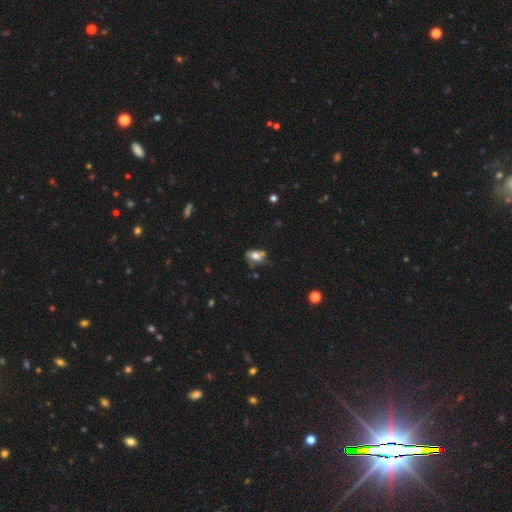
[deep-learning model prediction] smooth 60%, featured or disk 28%, star or artifact 12%. Down the decision tree: how rounded — in between (74%); merging — none (34%).